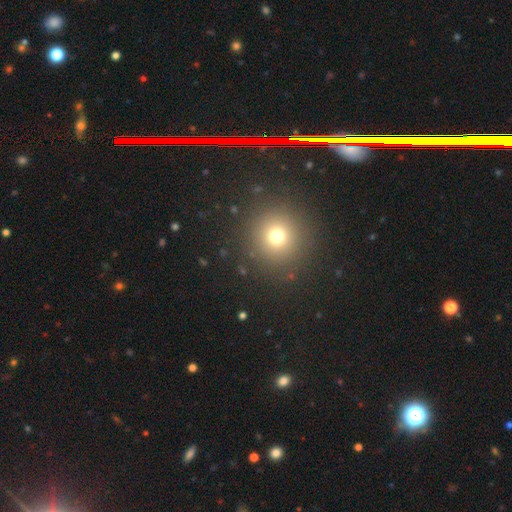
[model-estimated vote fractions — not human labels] Smooth or featured?
  - smooth: 51% *
  - star or artifact: 37%
  - featured or disk: 11%
How rounded?
  - round: 86% *
  - in between: 12%
  - cigar-shaped: 2%
Merging?
  - none: 90% *
  - minor disturbance: 6%
  - major disturbance: 3%
  - merger: 2%